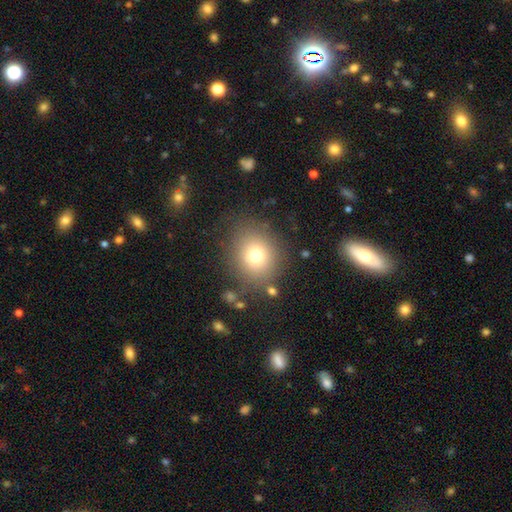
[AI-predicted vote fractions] This is likely a smooth galaxy (73%). How rounded: clearly round (81%). Merging: clearly none (81%).